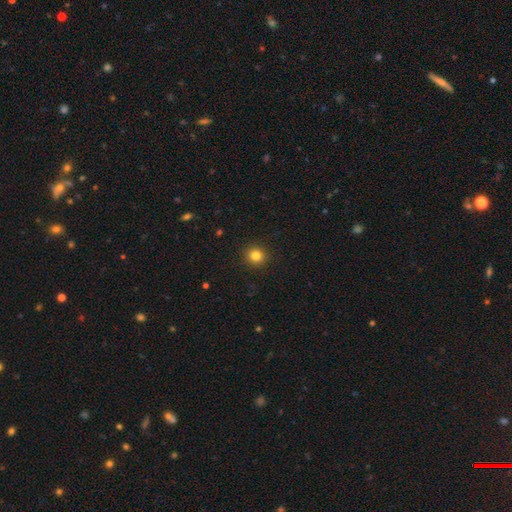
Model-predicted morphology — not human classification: smooth 82%, star or artifact 12%, featured or disk 5%. Down the decision tree: how rounded — round (90%); merging — none (92%).